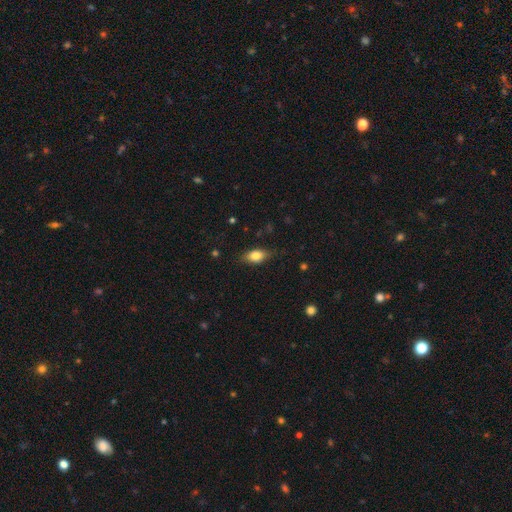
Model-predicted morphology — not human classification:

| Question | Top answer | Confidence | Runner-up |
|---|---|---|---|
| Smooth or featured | smooth | 80% | featured or disk (12%) |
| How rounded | in between | 86% | round (8%) |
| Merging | none | 78% | minor disturbance (17%) |